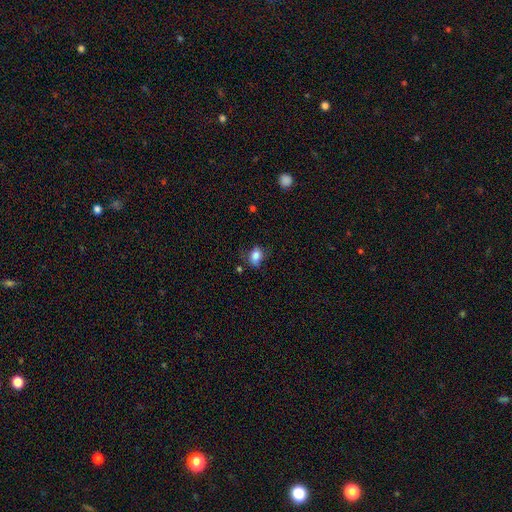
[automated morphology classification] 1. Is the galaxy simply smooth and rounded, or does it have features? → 83% smooth, 9% star or artifact, 8% featured or disk.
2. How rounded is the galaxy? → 76% in between, 22% round, 2% cigar-shaped.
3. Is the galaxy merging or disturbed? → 65% none, 25% minor disturbance, 8% major disturbance, 3% merger.